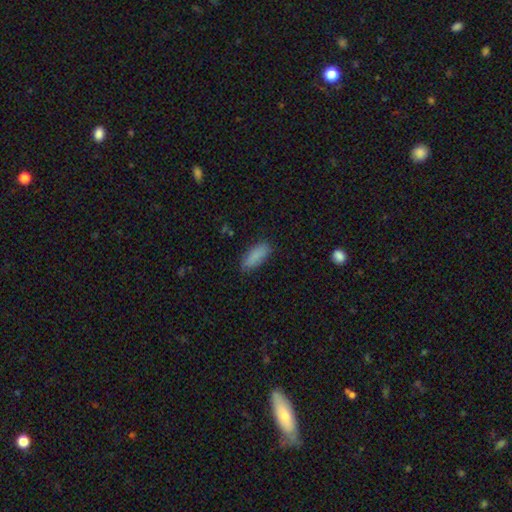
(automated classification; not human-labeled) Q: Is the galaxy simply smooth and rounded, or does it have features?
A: smooth — 87%.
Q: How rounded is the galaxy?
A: in between — 71%.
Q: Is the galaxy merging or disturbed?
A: none — 83%.